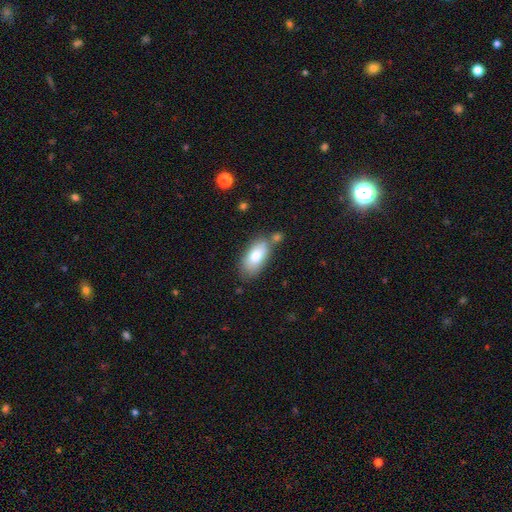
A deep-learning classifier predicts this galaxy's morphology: type=smooth (77%); roundness=in between (91%); merging=none (60%).